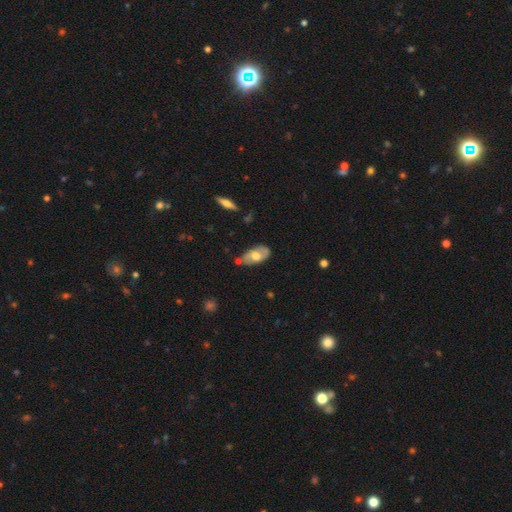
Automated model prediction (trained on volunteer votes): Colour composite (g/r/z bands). It shows a featured or disk galaxy (52%). Merging: none (70%).